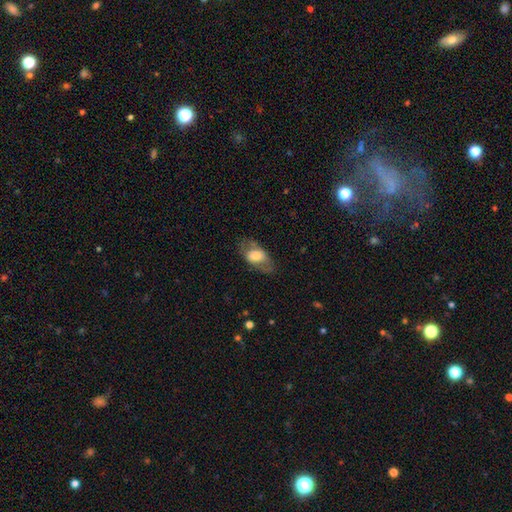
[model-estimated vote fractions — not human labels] The model was most divided on "smooth or featured": smooth: 55%, featured or disk: 39%, star or artifact: 7%. More confident: how rounded — in between (88%); merging — none (69%).